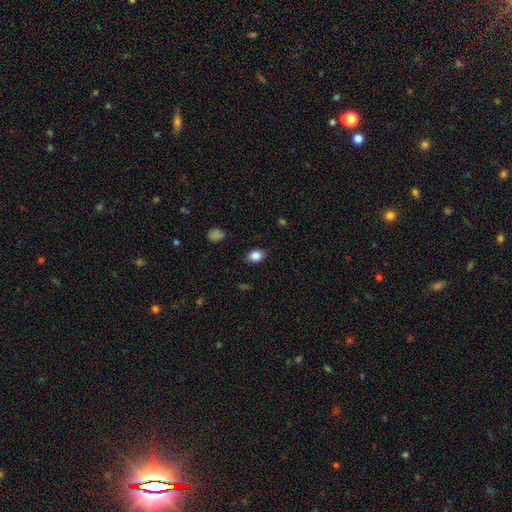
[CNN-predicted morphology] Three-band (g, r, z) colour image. It shows a smooth galaxy with no disk features (85%) that is in between round and cigar-shaped (69%). Merging: none (86%).